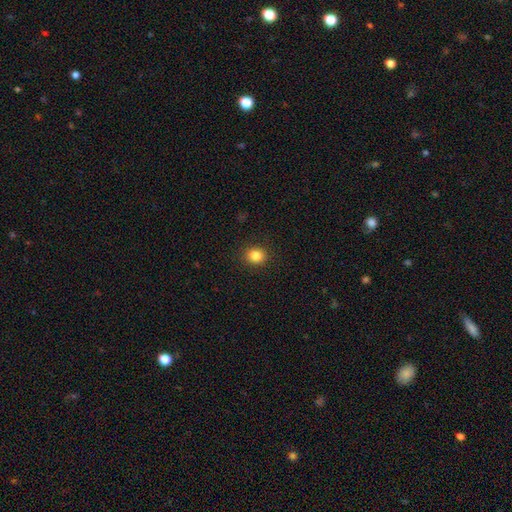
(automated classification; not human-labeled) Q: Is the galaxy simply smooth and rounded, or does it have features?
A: smooth — 84%.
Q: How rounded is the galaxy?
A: round — 73%.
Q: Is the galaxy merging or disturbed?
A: none — 91%.